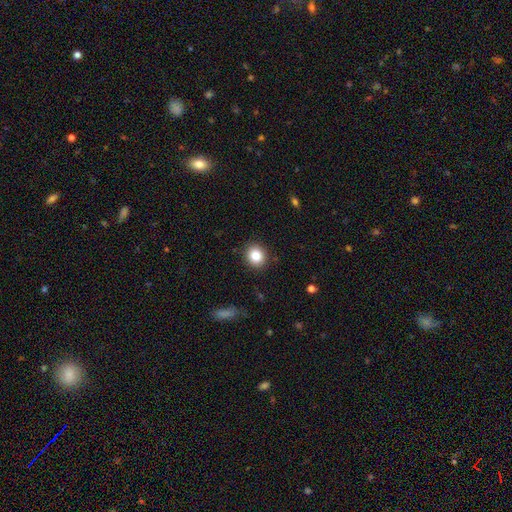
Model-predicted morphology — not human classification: A smooth galaxy with no disk features (83%) that is round (79%). Merging: none (90%).